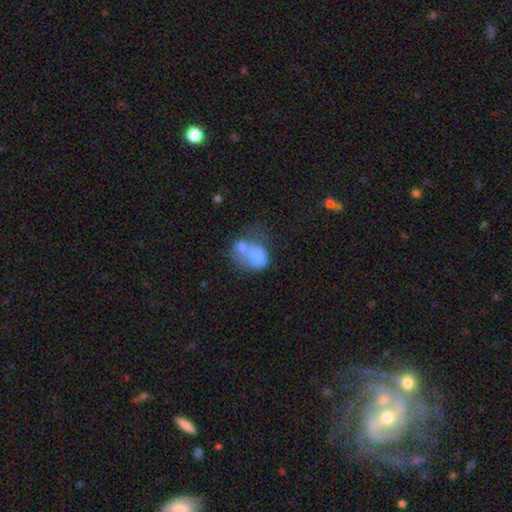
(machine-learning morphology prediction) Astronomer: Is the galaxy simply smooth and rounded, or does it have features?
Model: smooth — 64%.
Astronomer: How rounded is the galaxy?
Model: in between — 59% (runner-up: round, 40%).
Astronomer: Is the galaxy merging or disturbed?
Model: merger — 48%.